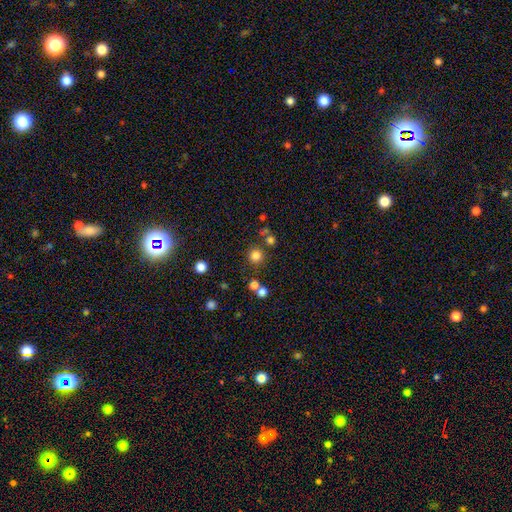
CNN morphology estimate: type=smooth (78%); roundness=round (94%); merging=none (80%).